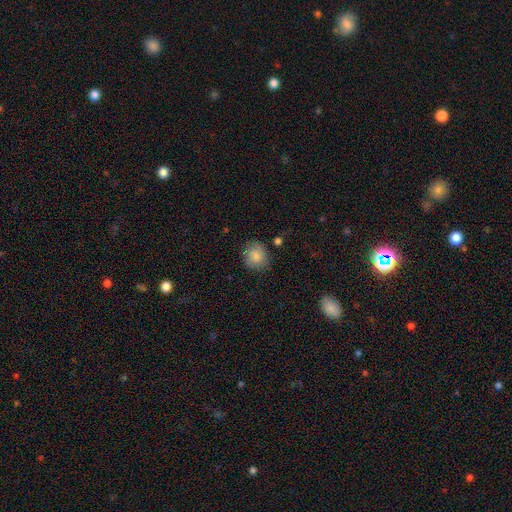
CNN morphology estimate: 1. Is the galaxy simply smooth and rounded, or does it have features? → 84% smooth, 9% featured or disk, 8% star or artifact.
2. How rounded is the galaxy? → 83% round, 16% in between, 1% cigar-shaped.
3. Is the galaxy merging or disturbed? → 79% none, 15% minor disturbance, 4% major disturbance, 2% merger.